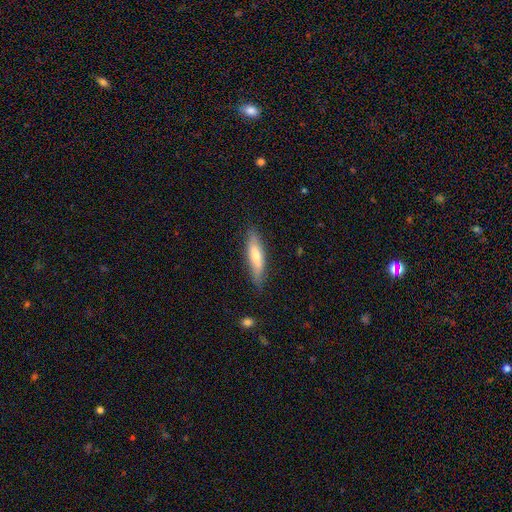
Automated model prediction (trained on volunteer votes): Morphology: type=smooth (58%); roundness=cigar-shaped (73%); merging=none (81%).